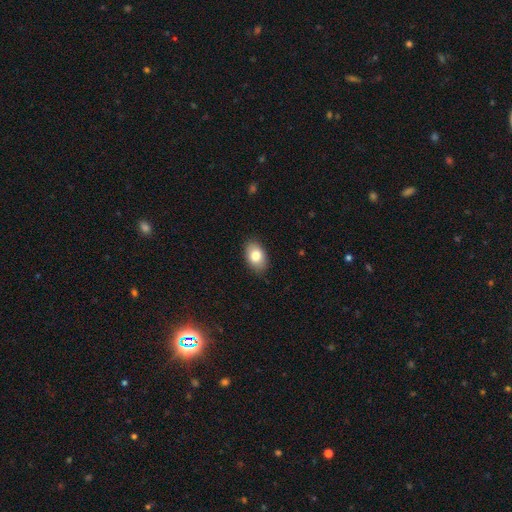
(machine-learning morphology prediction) A smooth galaxy with no disk features (81%) that is in between round and cigar-shaped (88%). Merging: none (86%).